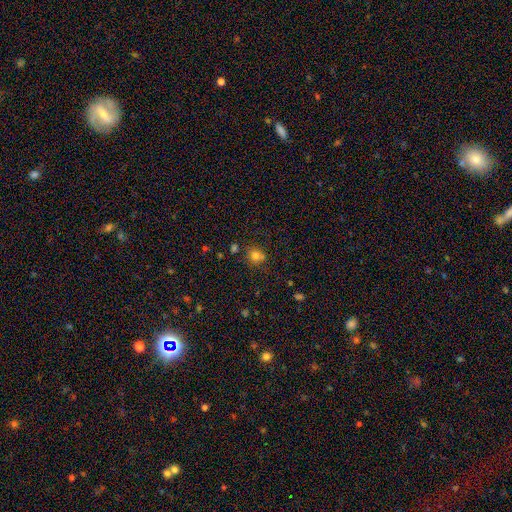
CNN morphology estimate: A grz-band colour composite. It shows a smooth galaxy with no disk features (77%) that is round (76%). Merging: none (65%).